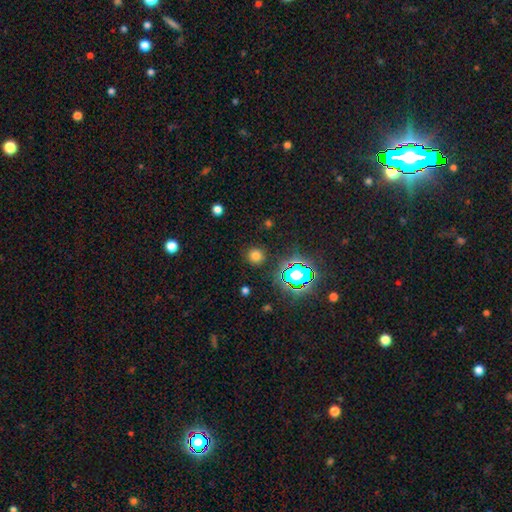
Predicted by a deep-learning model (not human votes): A smooth galaxy with no disk features (70%) that is round (93%).

Vote fractions:
- Smooth or featured? smooth: 70% / star or artifact: 24% / featured or disk: 6%
- How rounded? round: 93% / in between: 6% / cigar-shaped: 1%
- Merging? none: 88% / minor disturbance: 7% / major disturbance: 3% / merger: 2%